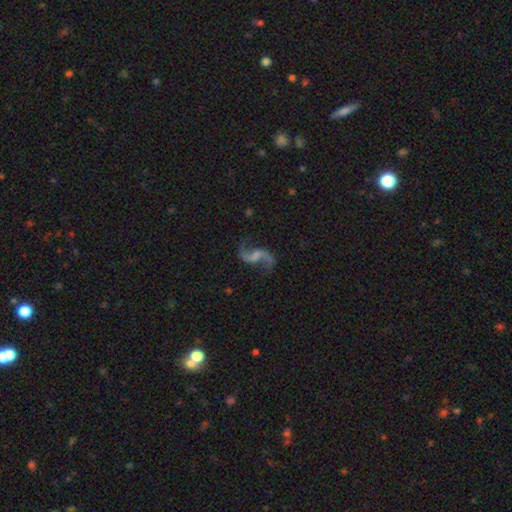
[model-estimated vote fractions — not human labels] smooth_or_featured: featured or disk (p=0.89) [alt: star or artifact p=0.06]
disk_edge_on: no (p=0.98) [alt: yes p=0.02]
bar: weak (p=0.45) [alt: no p=0.35]
has_spiral_arms: yes (p=0.97) [alt: no p=0.03]
spiral_winding: loose (p=0.85) [alt: medium p=0.13]
spiral_arm_count: 2 (p=0.94) [alt: 1 p=0.02]
bulge_size: none (p=0.56) [alt: small p=0.26]
merging: none (p=0.78) [alt: minor disturbance p=0.12]